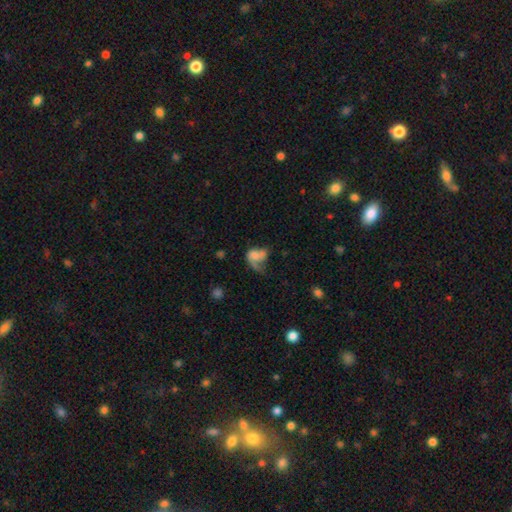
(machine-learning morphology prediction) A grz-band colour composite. It shows a smooth galaxy with no disk features (49%). Merging: major disturbance (40%).